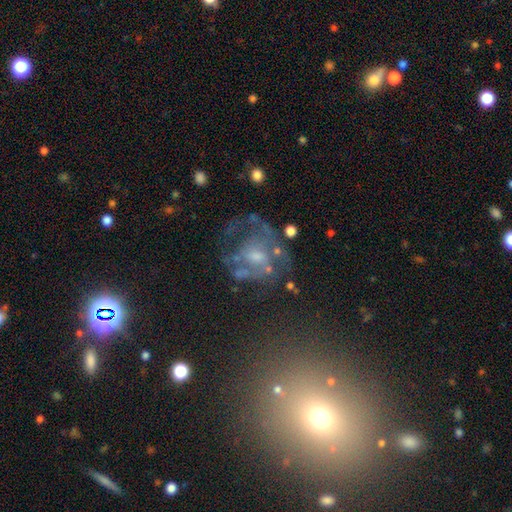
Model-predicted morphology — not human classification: A featured or disk galaxy (64%) with no bar (67%), spiral arms (59%) and a moderate central bulge (43%). Merging: none (43%).